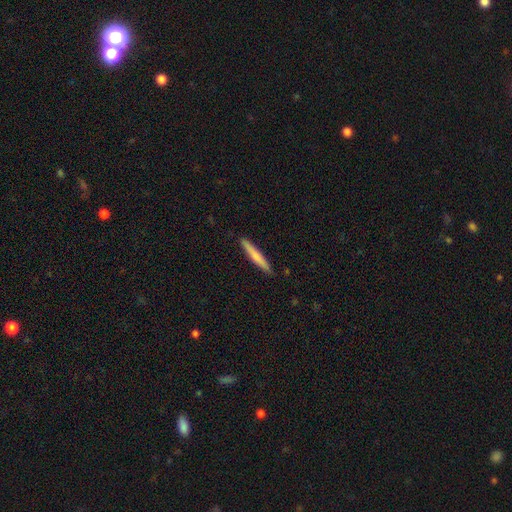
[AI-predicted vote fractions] Smooth or featured? smooth (71%)
How rounded? cigar-shaped (95%)
Merging? none (90%)